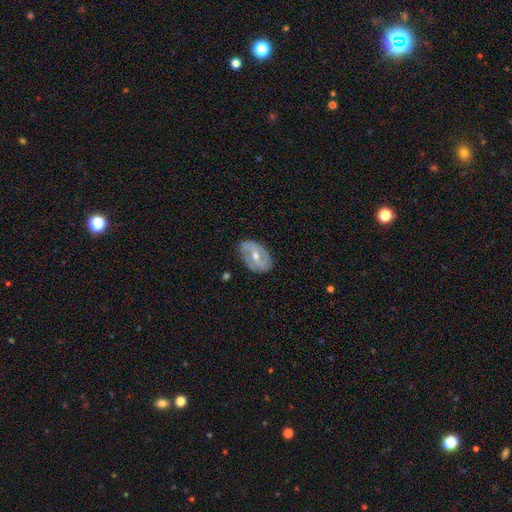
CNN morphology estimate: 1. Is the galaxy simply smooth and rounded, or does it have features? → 68% featured or disk, 25% smooth, 7% star or artifact.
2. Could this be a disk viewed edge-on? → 94% no, 6% yes.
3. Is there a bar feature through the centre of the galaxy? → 41% weak, 32% no, 27% strong.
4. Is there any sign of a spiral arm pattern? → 66% yes, 34% no.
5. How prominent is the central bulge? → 63% moderate, 33% small, 2% large, 1% none, 1% dominant.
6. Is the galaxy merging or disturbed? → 78% none, 17% minor disturbance, 4% major disturbance, 1% merger.